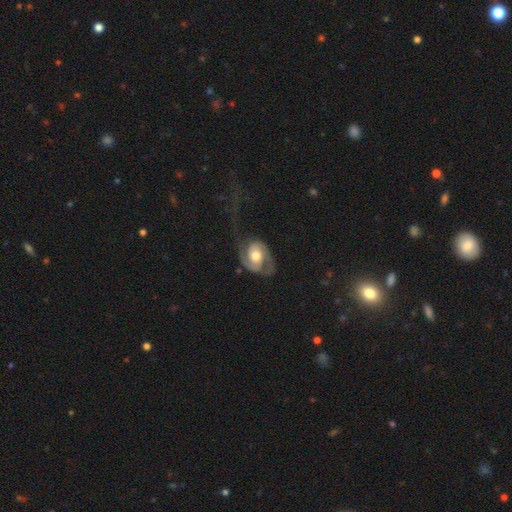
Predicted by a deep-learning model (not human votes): The model was most divided on "spiral winding": medium: 42%, tight: 34%, loose: 24%. Remaining: edge-on disk — no (97%); spiral arms — yes (94%); smooth or featured — featured or disk (82%); spiral arm count — 2 (81%); bulge size — moderate (67%); bar — no (63%); merging — none (44%).